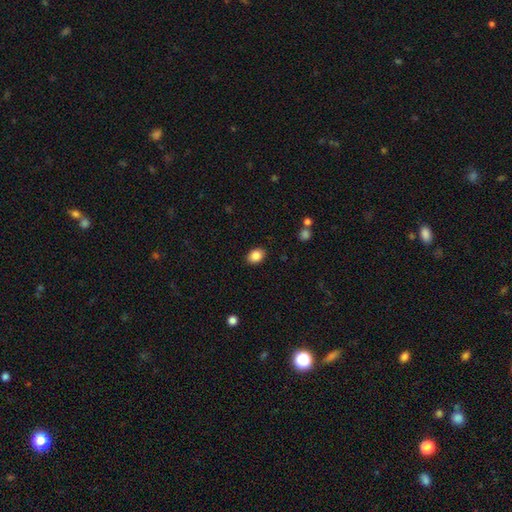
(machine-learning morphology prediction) smooth 87%, star or artifact 9%, featured or disk 5%. Down the decision tree: how rounded — in between (72%); merging — none (88%).